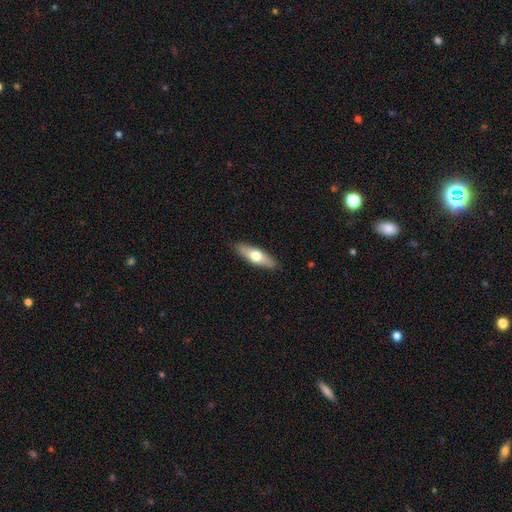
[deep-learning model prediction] smooth-or-featured: smooth: 55% | featured or disk: 39% | star or artifact: 6%
  how-rounded: cigar-shaped: 53% | in between: 44% | round: 3%
  merging: none: 88% | minor disturbance: 9% | major disturbance: 2% | merger: 1%